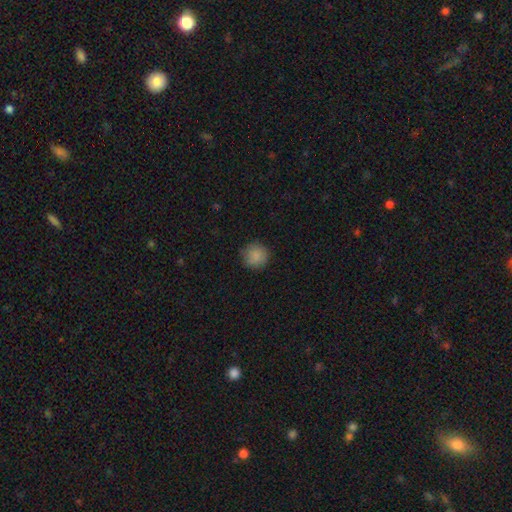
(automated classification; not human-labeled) Morphology: type=smooth (88%); roundness=round (94%); merging=none (87%).